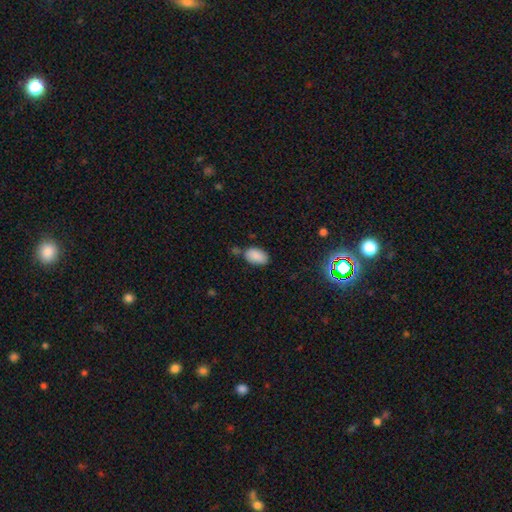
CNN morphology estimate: This is clearly a smooth galaxy (87%). How rounded: clearly in between (93%). Merging: likely none (69%).